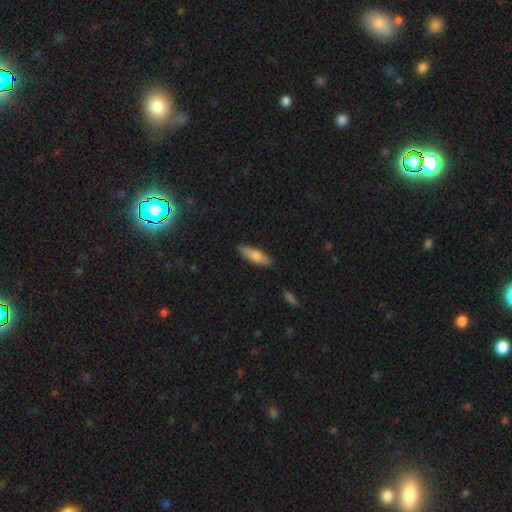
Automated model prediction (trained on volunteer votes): The model was most divided on "how rounded": cigar-shaped: 51%, in between: 47%, round: 2%. More confident: merging — none (86%); smooth or featured — smooth (74%).